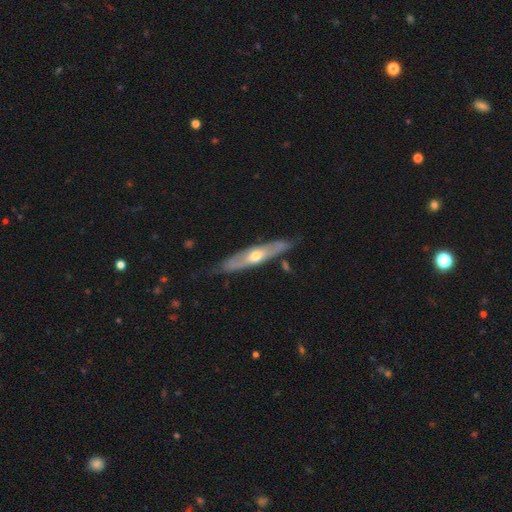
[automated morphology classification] The model was most divided on "edge-on disk": yes: 60%, no: 40%. More confident: merging — none (76%); smooth or featured — featured or disk (63%).